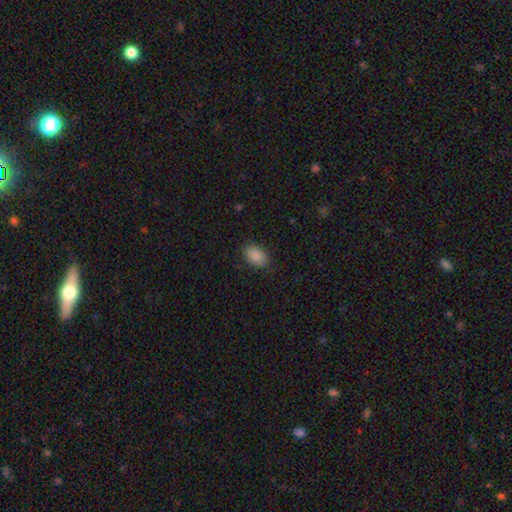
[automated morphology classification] Smooth or featured? smooth (89%)
How rounded? in between (87%)
Merging? none (87%)